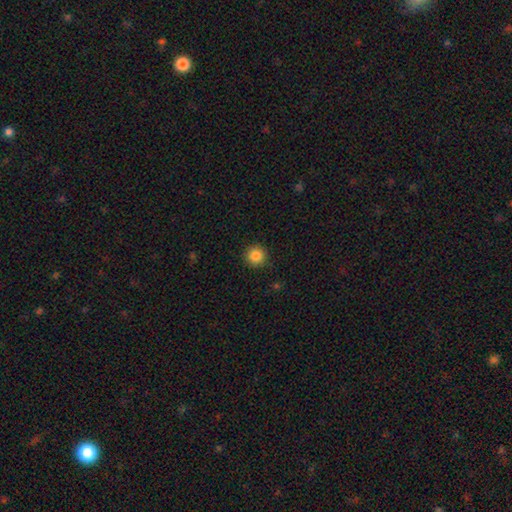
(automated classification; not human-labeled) A smooth galaxy with no disk features (85%) that is round (95%). Merging: none (92%).